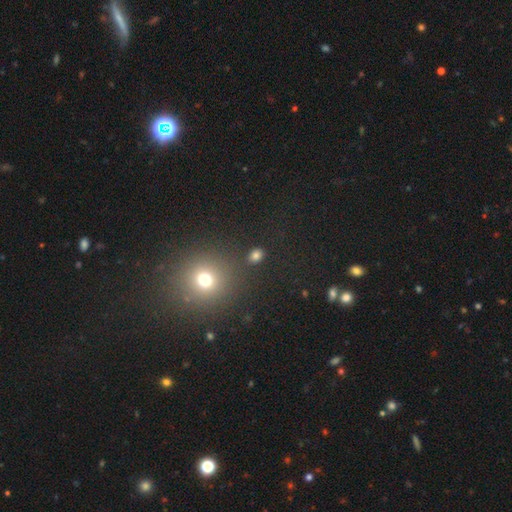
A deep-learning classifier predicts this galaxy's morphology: smooth 57%, star or artifact 36%, featured or disk 7%. Down the decision tree: how rounded — round (83%); merging — none (84%).